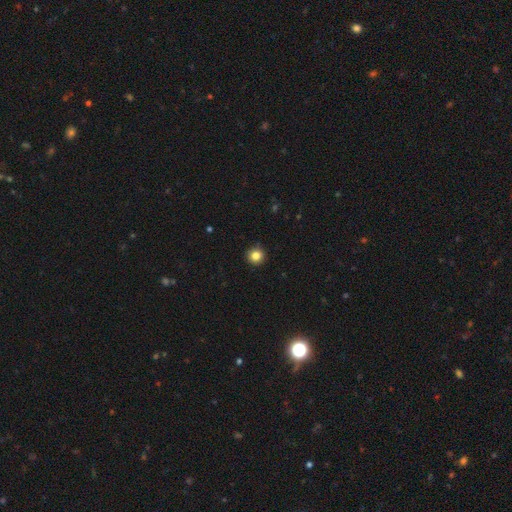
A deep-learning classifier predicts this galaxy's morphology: Overall: smooth (84%). How rounded: round (94%). Merging: none (91%).